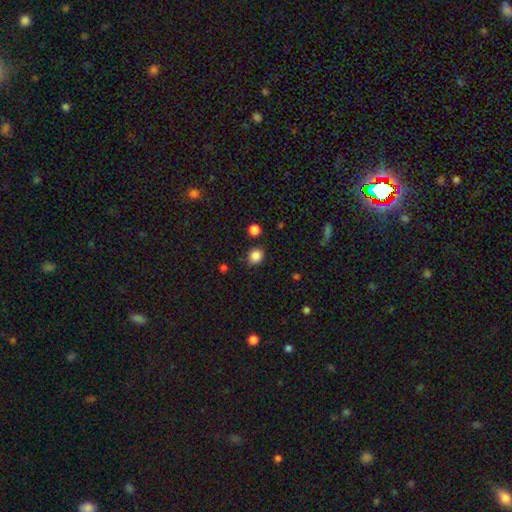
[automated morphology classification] smooth-or-featured: smooth: 85% | star or artifact: 11% | featured or disk: 4%
  how-rounded: round: 81% | in between: 18% | cigar-shaped: 1%
  merging: none: 83% | minor disturbance: 10% | merger: 4% | major disturbance: 3%